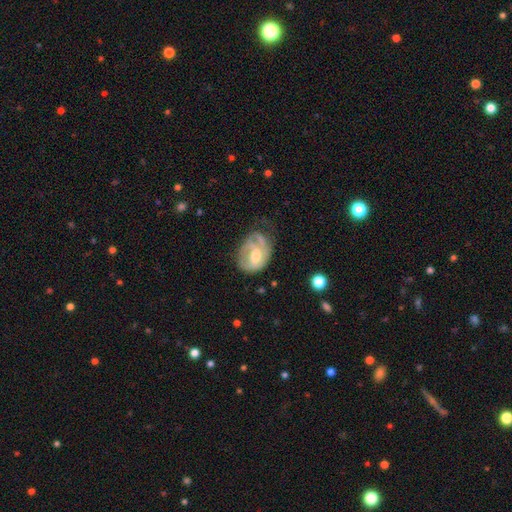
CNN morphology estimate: featured or disk 67%, smooth 26%, star or artifact 7%. Down the decision tree: edge-on disk — no (97%); bar — no (49%); spiral arms — yes (72%); bulge size — moderate (64%); merging — none (40%).